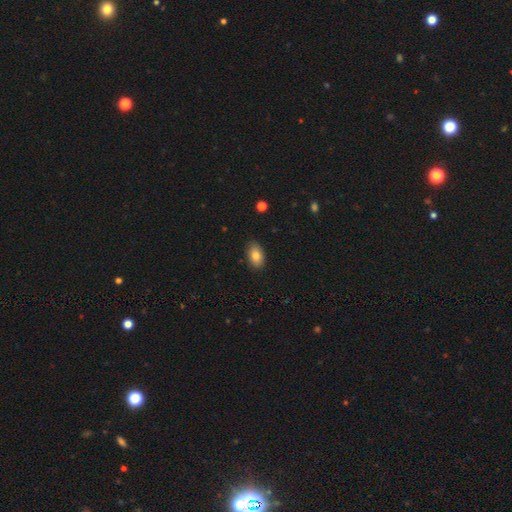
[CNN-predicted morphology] smooth-or-featured: smooth: 82% | featured or disk: 10% | star or artifact: 8%
  how-rounded: in between: 91% | round: 8% | cigar-shaped: 2%
  merging: none: 87% | minor disturbance: 10% | major disturbance: 2% | merger: 1%